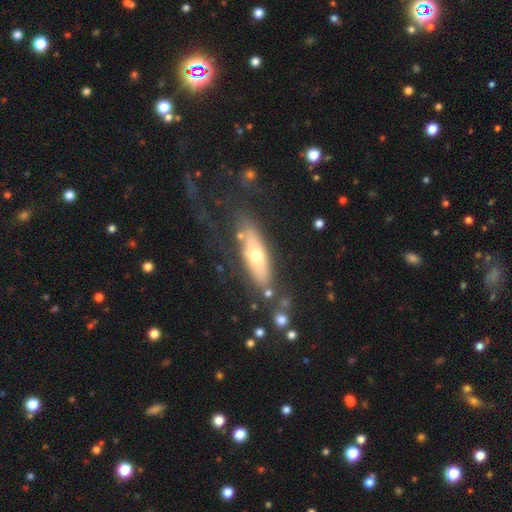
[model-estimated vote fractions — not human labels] Smooth or featured: smooth — 49% (featured or disk — 44%)
Merging: none — 64% (minor disturbance — 18%)